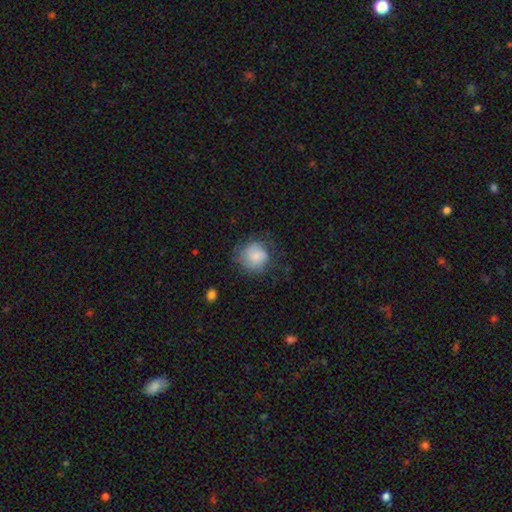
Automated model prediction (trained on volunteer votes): Overall: smooth (68%). How rounded: round (84%). Merging: none (54%; minor disturbance 26%).